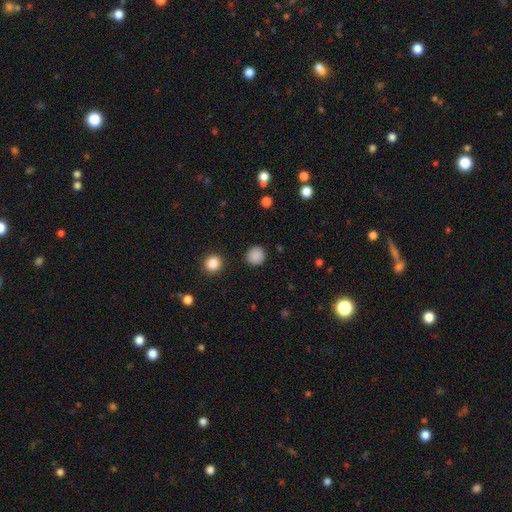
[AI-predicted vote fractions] Q: Smooth or featured?
A: smooth (86%); runner-up: star or artifact (11%)
Q: How rounded?
A: round (93%); runner-up: in between (7%)
Q: Merging?
A: none (89%); runner-up: minor disturbance (7%)